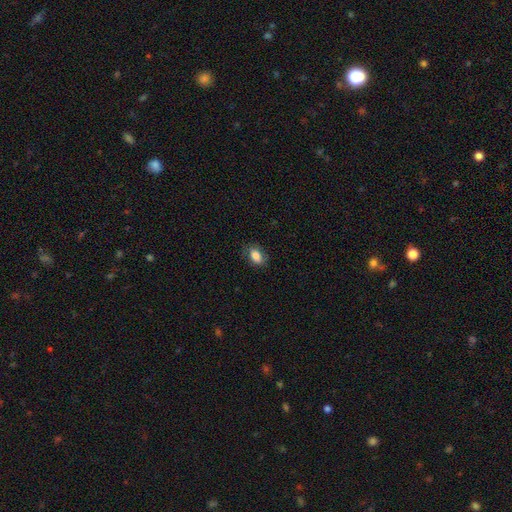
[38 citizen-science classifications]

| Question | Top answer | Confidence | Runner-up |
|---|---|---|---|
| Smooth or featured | smooth | 92% | featured or disk (5%) |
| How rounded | in between | 74% | round (23%) |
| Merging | none | 92% | minor disturbance (5%) |